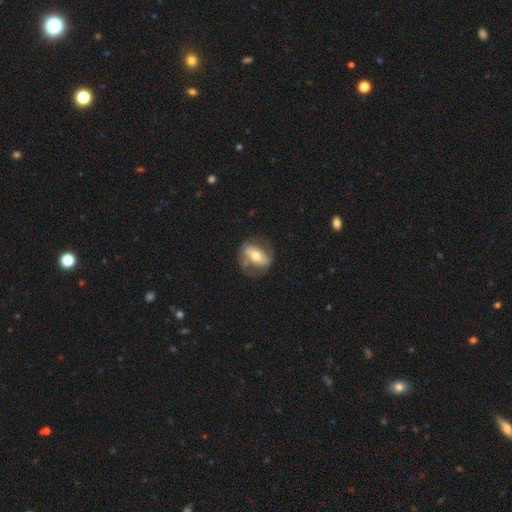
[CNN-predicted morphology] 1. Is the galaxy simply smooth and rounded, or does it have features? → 56% featured or disk, 37% smooth, 6% star or artifact.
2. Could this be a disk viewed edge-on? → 92% no, 8% yes.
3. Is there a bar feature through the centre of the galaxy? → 37% no, 35% strong, 28% weak.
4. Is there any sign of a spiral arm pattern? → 53% yes, 47% no.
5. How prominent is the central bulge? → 71% moderate, 16% small, 11% large, 1% dominant, 1% none.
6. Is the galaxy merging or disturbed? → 63% none, 22% minor disturbance, 13% major disturbance, 2% merger.